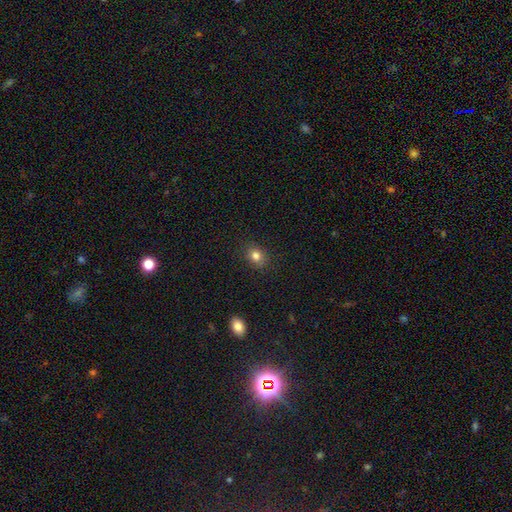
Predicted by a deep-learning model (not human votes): Smooth or featured?
  - smooth: 80% *
  - star or artifact: 12%
  - featured or disk: 7%
How rounded?
  - round: 59% *
  - in between: 40%
  - cigar-shaped: 1%
Merging?
  - none: 87% *
  - minor disturbance: 10%
  - major disturbance: 2%
  - merger: 1%